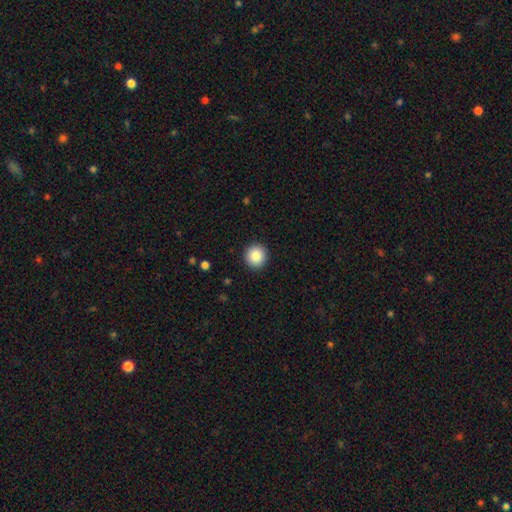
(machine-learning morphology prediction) smooth_or_featured: smooth (p=0.87) [alt: star or artifact p=0.08]
how_rounded: round (p=0.94) [alt: in between p=0.05]
merging: none (p=0.93) [alt: minor disturbance p=0.05]